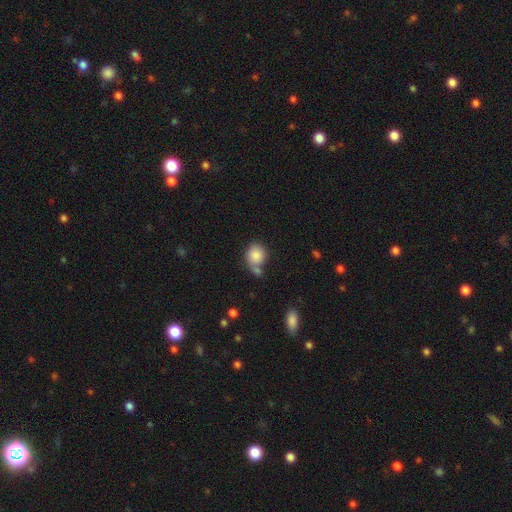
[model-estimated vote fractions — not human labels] This appears to be a smooth galaxy with no disk features (85%) that is round (75%). Merging: none (51%).